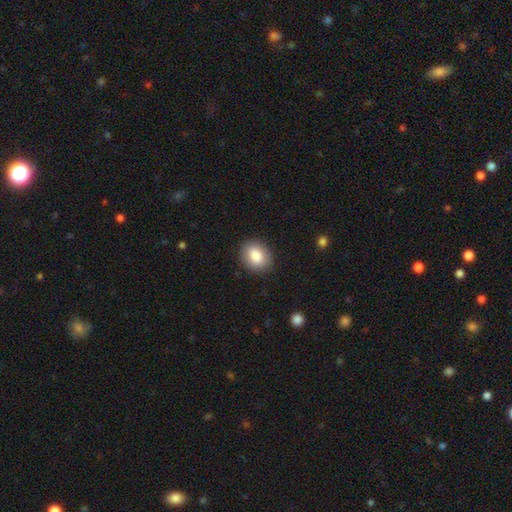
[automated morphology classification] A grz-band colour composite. It shows a smooth galaxy with no disk features (85%) that is round (50%). Merging: none (89%).